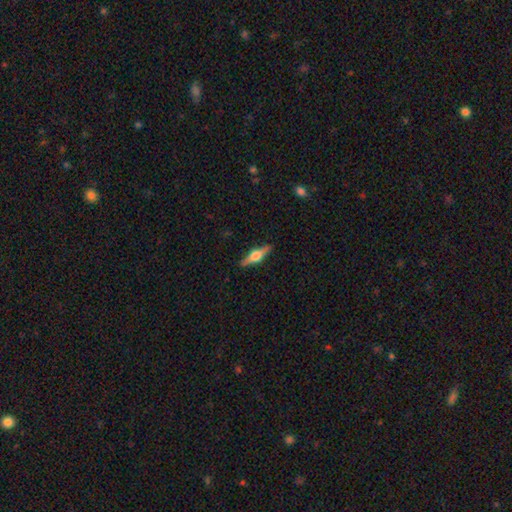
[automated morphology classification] Overall: featured or disk (72%). Edge-on disk: yes (97%). Edge-on bulge: rounded (94%). Merging: none (89%).